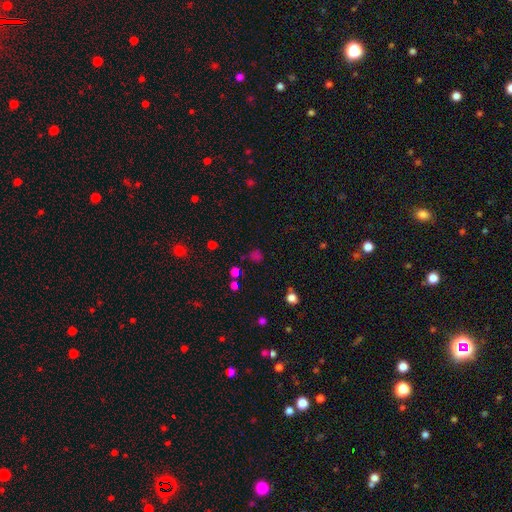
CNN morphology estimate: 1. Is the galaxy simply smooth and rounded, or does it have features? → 56% smooth, 37% star or artifact, 7% featured or disk.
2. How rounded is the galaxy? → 78% round, 21% in between, 1% cigar-shaped.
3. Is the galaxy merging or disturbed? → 69% none, 15% minor disturbance, 8% merger, 8% major disturbance.